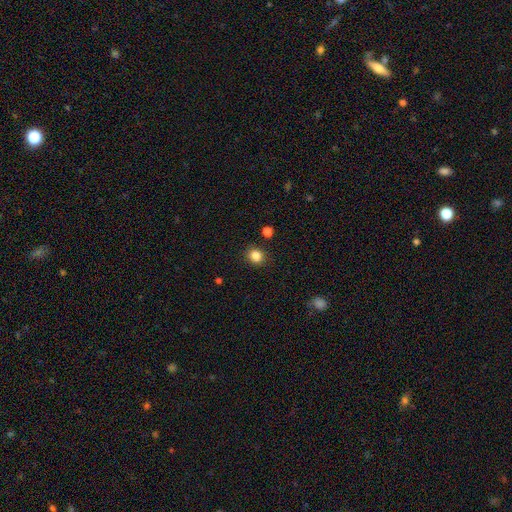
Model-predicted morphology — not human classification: A smooth galaxy with no disk features (84%) that is round (79%). Merging: none (88%).